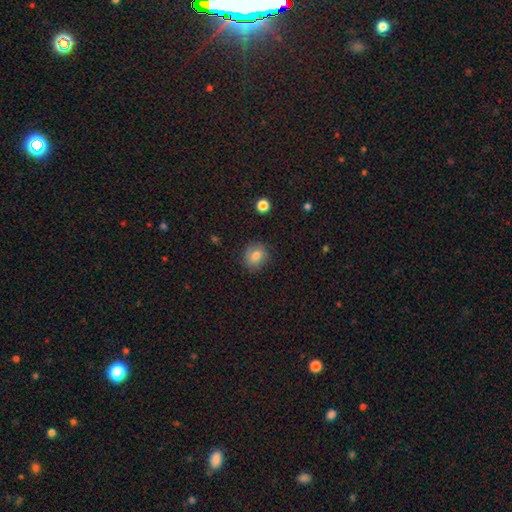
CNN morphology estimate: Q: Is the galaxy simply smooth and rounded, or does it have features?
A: smooth — 79%.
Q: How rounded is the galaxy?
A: round — 80%.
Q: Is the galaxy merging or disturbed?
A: none — 84%.